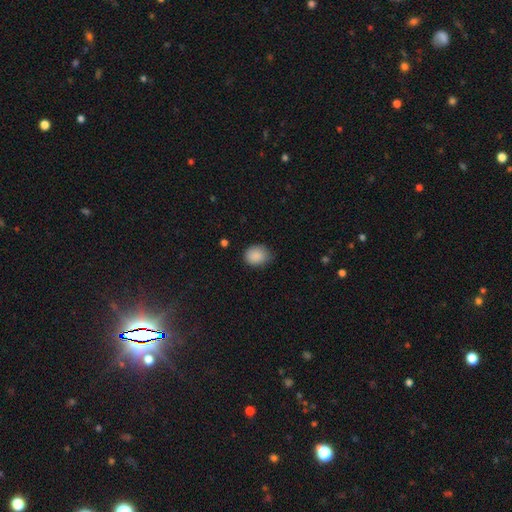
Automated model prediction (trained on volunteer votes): Overall: smooth (88%). How rounded: round (53%; in between 46%). Merging: none (70%).